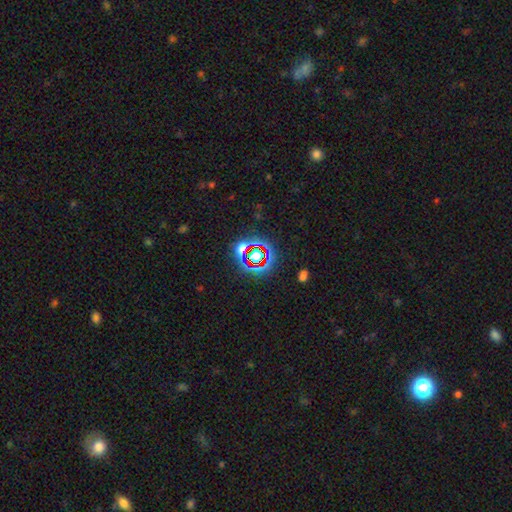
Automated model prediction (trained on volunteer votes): Q: Smooth or featured?
A: star or artifact (69%); runner-up: smooth (21%)